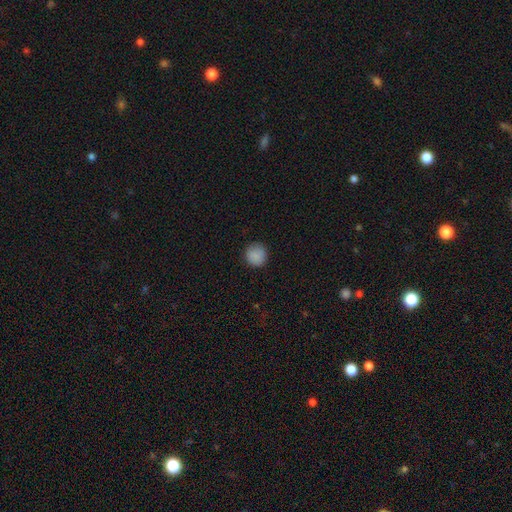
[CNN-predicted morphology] Smooth or featured?
  - smooth: 88% *
  - star or artifact: 9%
  - featured or disk: 3%
How rounded?
  - round: 93% *
  - in between: 6%
  - cigar-shaped: 1%
Merging?
  - none: 89% *
  - minor disturbance: 8%
  - major disturbance: 2%
  - merger: 1%